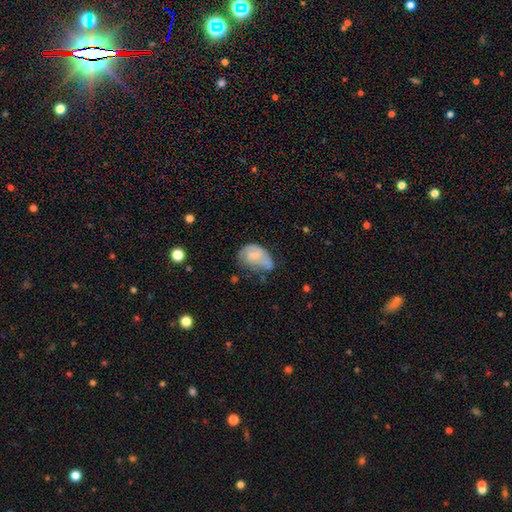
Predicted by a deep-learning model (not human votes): Smooth or featured?
  - smooth: 51% *
  - featured or disk: 41%
  - star or artifact: 8%
How rounded?
  - in between: 80% *
  - round: 18%
  - cigar-shaped: 2%
Merging?
  - minor disturbance: 38% *
  - none: 29%
  - major disturbance: 27%
  - merger: 6%